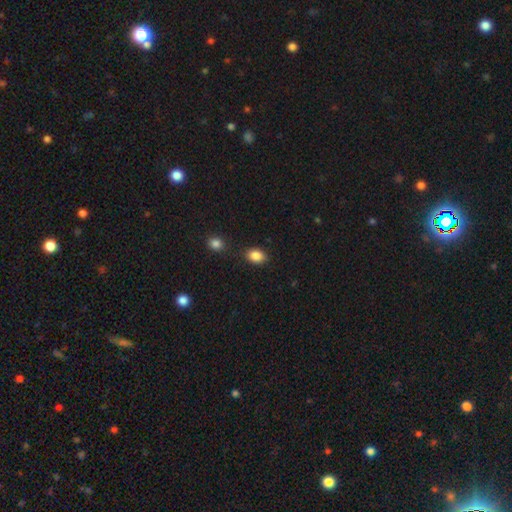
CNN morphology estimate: A smooth galaxy with no disk features (87%) that is in between round and cigar-shaped (76%). Merging: none (79%).